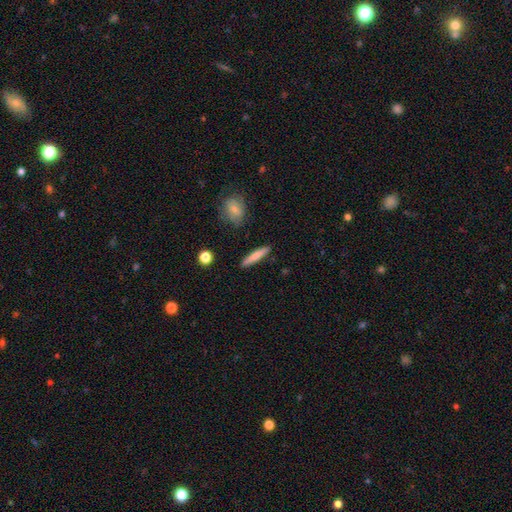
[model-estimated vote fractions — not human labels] A smooth galaxy with no disk features (74%) that is cigar-shaped (89%). Merging: none (88%).